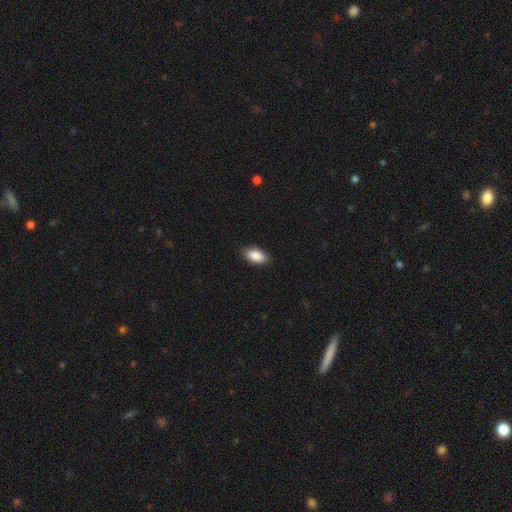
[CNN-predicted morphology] This is clearly a smooth galaxy (89%). How rounded: clearly in between (93%). Merging: clearly none (87%).